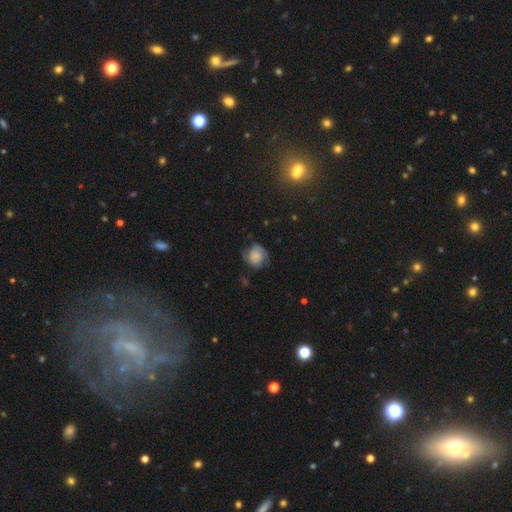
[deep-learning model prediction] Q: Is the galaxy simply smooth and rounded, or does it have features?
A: smooth — 57%.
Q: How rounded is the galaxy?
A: round — 77%.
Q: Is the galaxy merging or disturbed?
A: none — 60%.